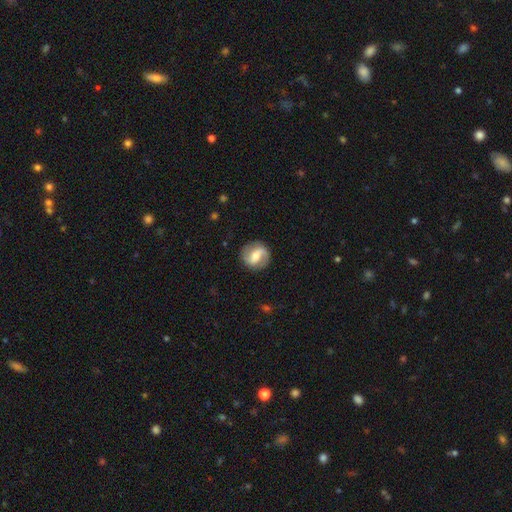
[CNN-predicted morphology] smooth_or_featured: featured or disk (p=0.69) [alt: smooth p=0.25]
disk_edge_on: no (p=0.96) [alt: yes p=0.04]
bar: weak (p=0.42) [alt: strong p=0.39]
has_spiral_arms: yes (p=0.86) [alt: no p=0.14]
spiral_winding: medium (p=0.41) [alt: loose p=0.37]
spiral_arm_count: 2 (p=0.88) [alt: can't tell p=0.05]
bulge_size: moderate (p=0.62) [alt: small p=0.25]
merging: none (p=0.85) [alt: minor disturbance p=0.10]